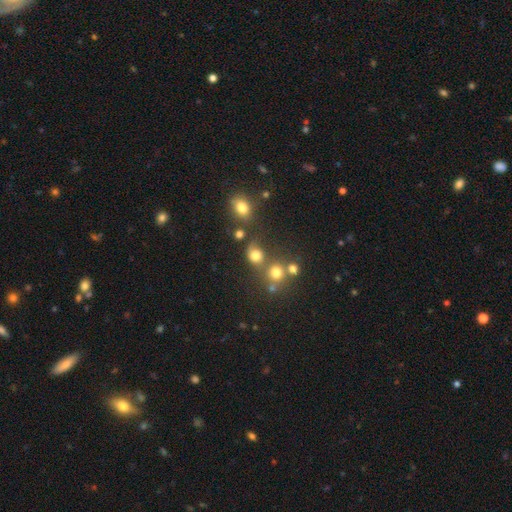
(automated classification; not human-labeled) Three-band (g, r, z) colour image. It shows a smooth galaxy with no disk features (74%) that is round (70%). Merging: none (55%).